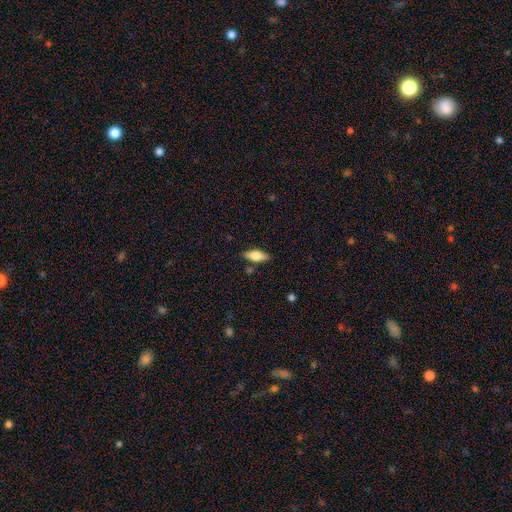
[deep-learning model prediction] Q: Smooth or featured?
A: smooth (66%); runner-up: featured or disk (27%)
Q: How rounded?
A: in between (75%); runner-up: cigar-shaped (22%)
Q: Merging?
A: none (81%); runner-up: minor disturbance (13%)